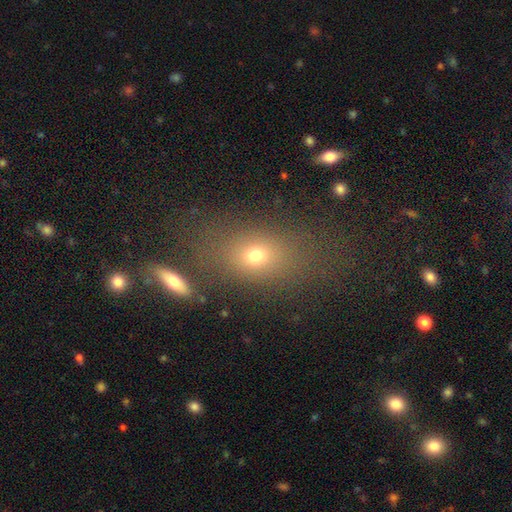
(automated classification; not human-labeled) Smooth or featured? Predicted: smooth (p=0.68). How rounded? Predicted: in between (p=0.67). Merging? Predicted: none (p=0.68).